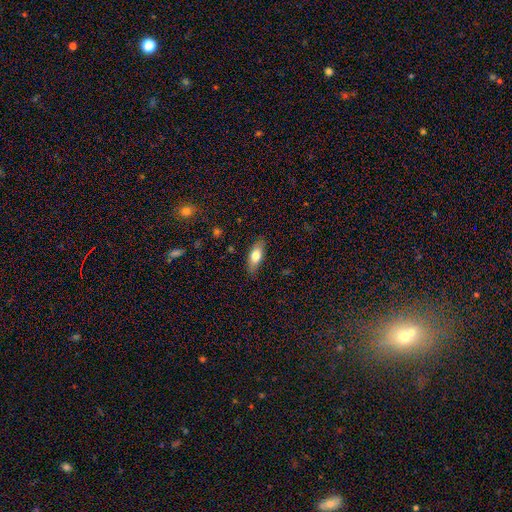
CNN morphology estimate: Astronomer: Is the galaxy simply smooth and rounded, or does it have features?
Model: smooth — 72%.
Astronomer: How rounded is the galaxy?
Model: in between — 73%.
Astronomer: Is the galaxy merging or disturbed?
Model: none — 86%.